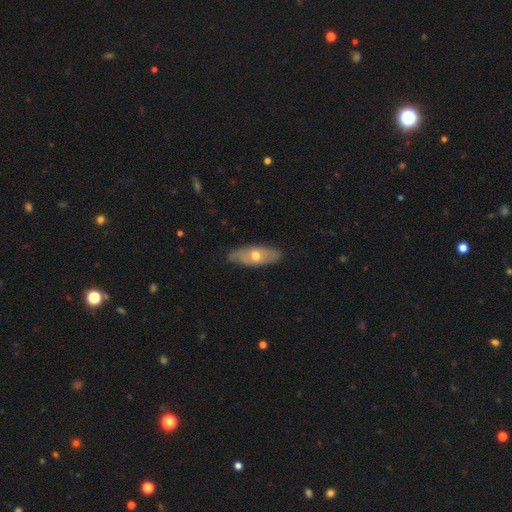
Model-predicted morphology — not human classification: smooth_or_featured: smooth (p=0.51) [alt: featured or disk p=0.43]
how_rounded: in between (p=0.77) [alt: cigar-shaped p=0.19]
merging: none (p=0.81) [alt: minor disturbance p=0.16]